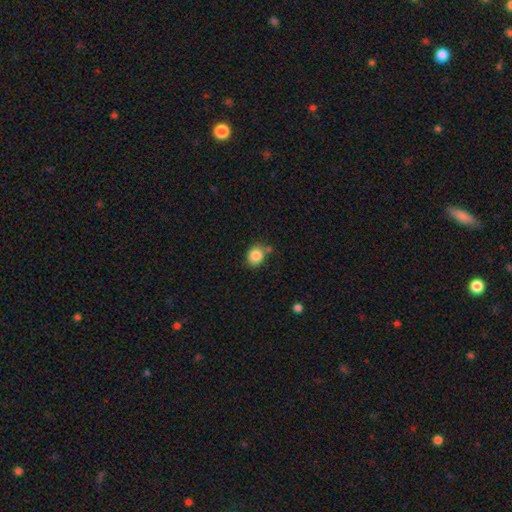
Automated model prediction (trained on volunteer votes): Q: Smooth or featured?
A: smooth (85%); runner-up: star or artifact (9%)
Q: How rounded?
A: round (62%); runner-up: in between (37%)
Q: Merging?
A: none (66%); runner-up: minor disturbance (18%)